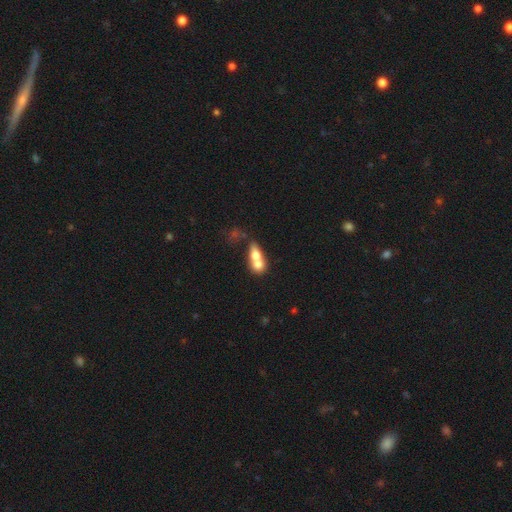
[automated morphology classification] Smooth or featured?
  - smooth: 65% *
  - featured or disk: 27%
  - star or artifact: 8%
How rounded?
  - in between: 58% *
  - round: 33%
  - cigar-shaped: 9%
Merging?
  - merger: 73% *
  - none: 16%
  - minor disturbance: 6%
  - major disturbance: 5%